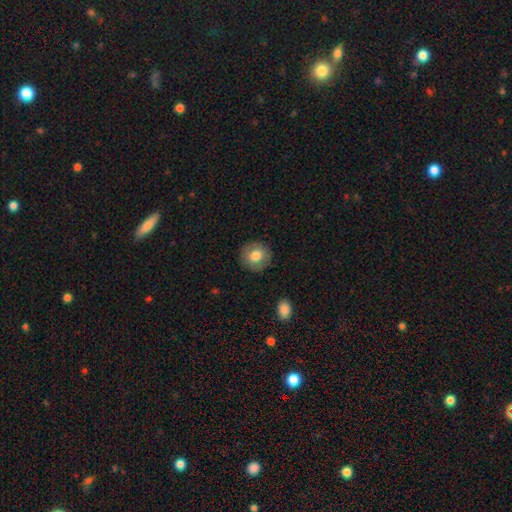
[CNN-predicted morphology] A smooth galaxy with no disk features (75%) that is round (90%). Merging: none (88%).